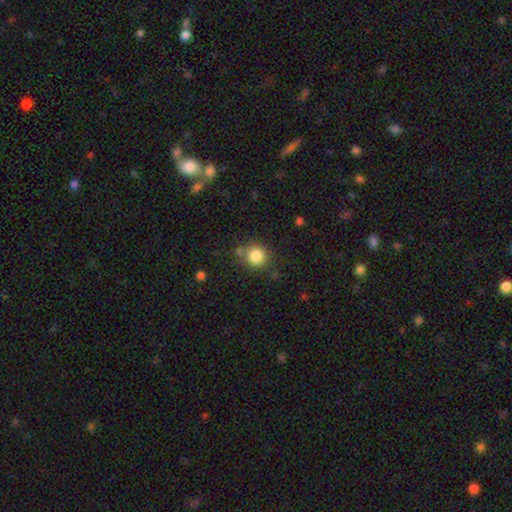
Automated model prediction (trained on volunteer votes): Smooth or featured: smooth — 83% (star or artifact — 11%)
How rounded: round — 91% (in between — 8%)
Merging: none — 76% (minor disturbance — 12%)